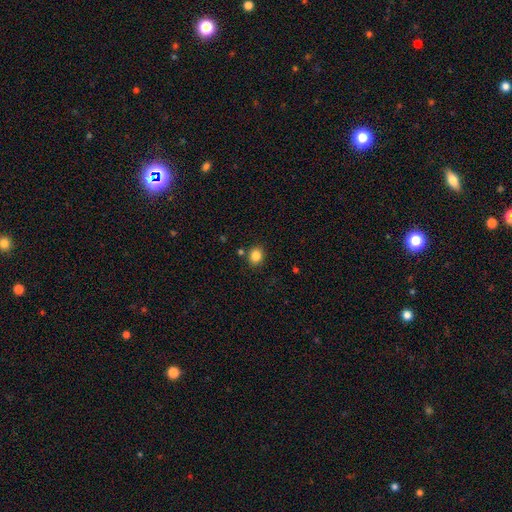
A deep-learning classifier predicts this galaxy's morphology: The model was most divided on "how rounded": round: 67%, in between: 32%, cigar-shaped: 1%. More confident: smooth or featured — smooth (84%); merging — none (84%).